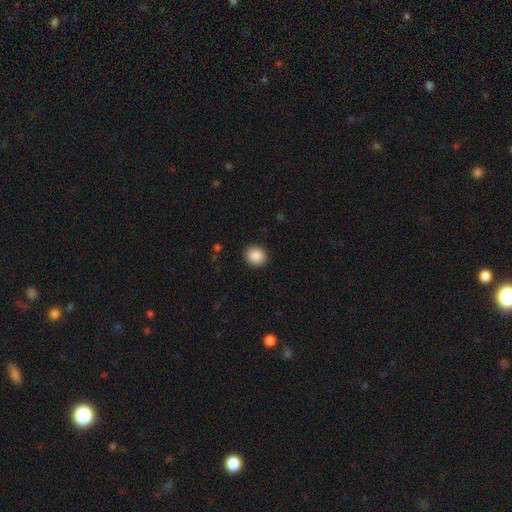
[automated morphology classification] A smooth galaxy with no disk features (88%) that is round (77%).

Vote fractions:
- Smooth or featured? smooth: 88% / star or artifact: 8% / featured or disk: 3%
- How rounded? round: 77% / in between: 23% / cigar-shaped: 1%
- Merging? none: 91% / minor disturbance: 6% / major disturbance: 2% / merger: 1%